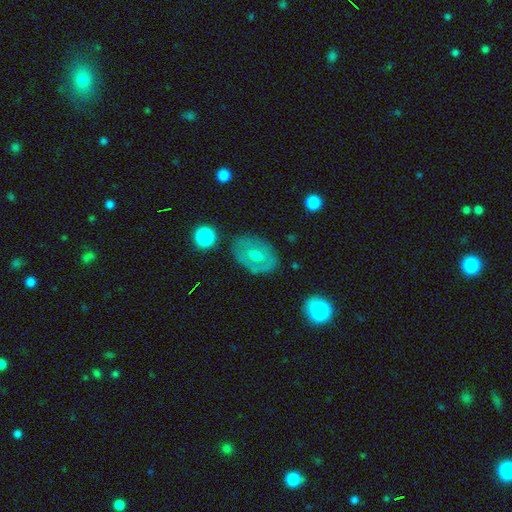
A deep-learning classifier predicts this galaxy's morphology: Smooth or featured? featured or disk (54%)
Edge-on disk? no (92%)
Merging? none (76%)